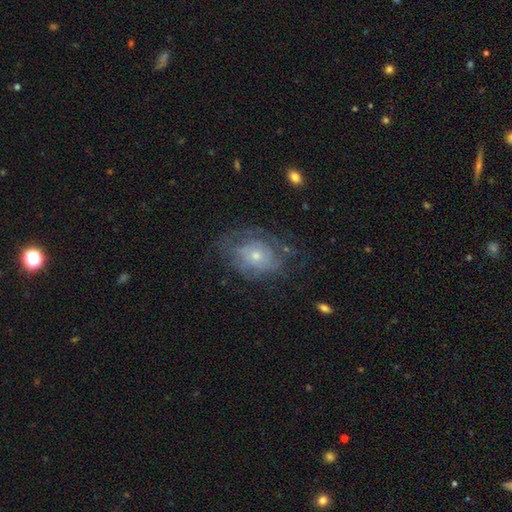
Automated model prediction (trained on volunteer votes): smooth-or-featured: featured or disk: 58% | smooth: 33% | star or artifact: 9%
  disk-edge-on: no: 95% | yes: 5%
    bar: no: 85% | weak: 13% | strong: 2%
    has-spiral-arms: yes: 56% | no: 44%
    bulge-size: small: 62% | moderate: 32% | large: 3% | none: 2% | dominant: 1%
  merging: none: 54% | minor disturbance: 24% | major disturbance: 20% | merger: 2%